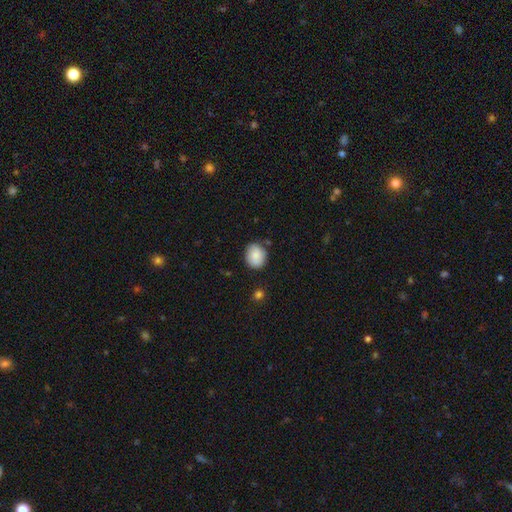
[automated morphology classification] smooth_or_featured: smooth (p=0.85) [alt: featured or disk p=0.08]
how_rounded: round (p=0.60) [alt: in between p=0.40]
merging: none (p=0.77) [alt: minor disturbance p=0.16]